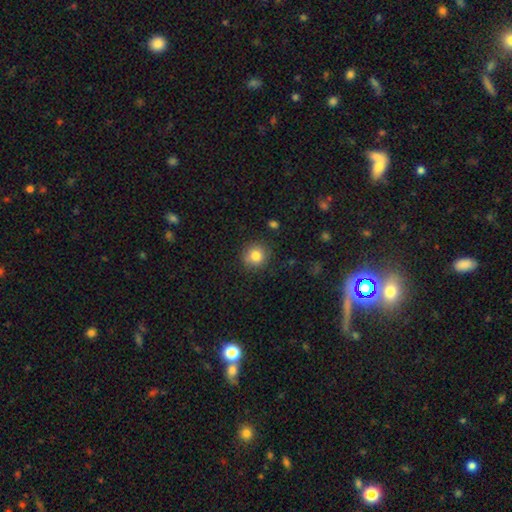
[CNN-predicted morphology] Smooth or featured: smooth — 83% (star or artifact — 10%)
How rounded: round — 89% (in between — 10%)
Merging: none — 85% (minor disturbance — 10%)